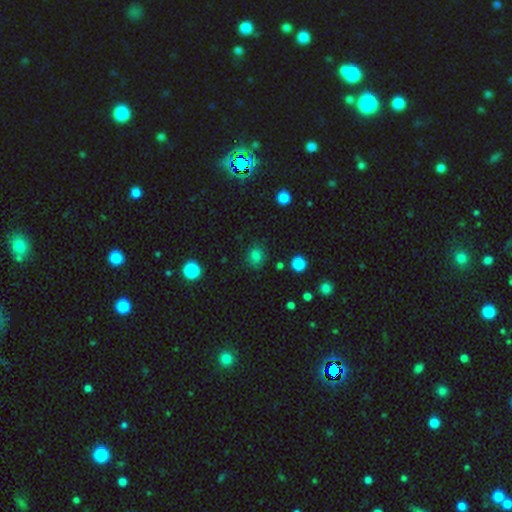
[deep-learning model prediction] Morphology: type=smooth (78%); roundness=round (74%); merging=none (82%).